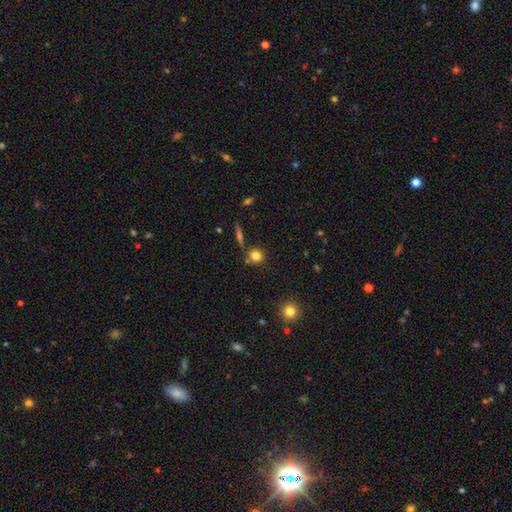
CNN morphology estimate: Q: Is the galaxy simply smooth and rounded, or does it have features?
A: smooth — 80%.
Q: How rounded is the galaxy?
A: round — 85%.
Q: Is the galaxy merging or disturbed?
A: none — 76%.